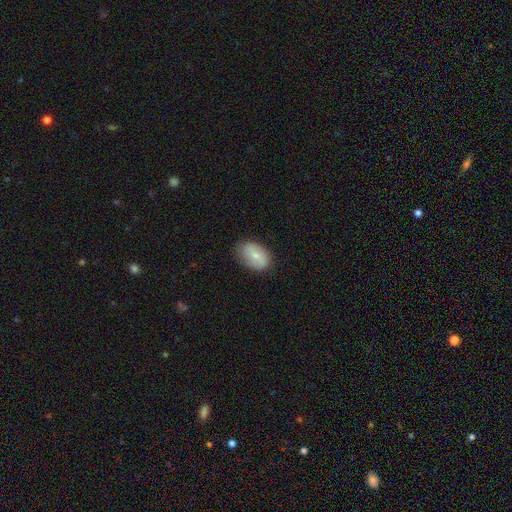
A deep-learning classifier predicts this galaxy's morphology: Smooth or featured? Predicted: smooth (p=0.68). How rounded? Predicted: in between (p=0.85). Merging? Predicted: none (p=0.78).